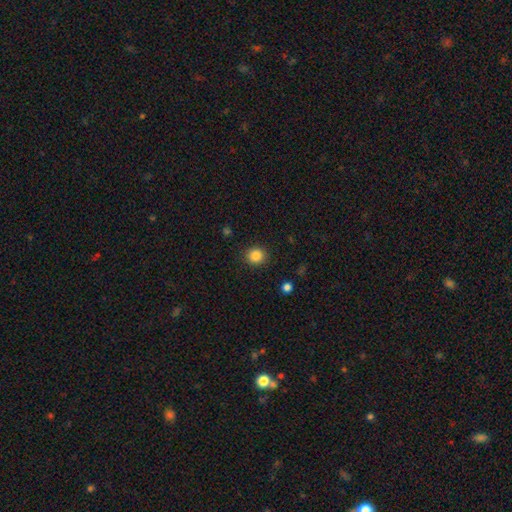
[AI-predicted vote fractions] A smooth galaxy with no disk features (85%) that is round (89%).

Vote fractions:
- Smooth or featured? smooth: 85% / star or artifact: 11% / featured or disk: 4%
- How rounded? round: 89% / in between: 10% / cigar-shaped: 1%
- Merging? none: 91% / minor disturbance: 6% / major disturbance: 2% / merger: 1%